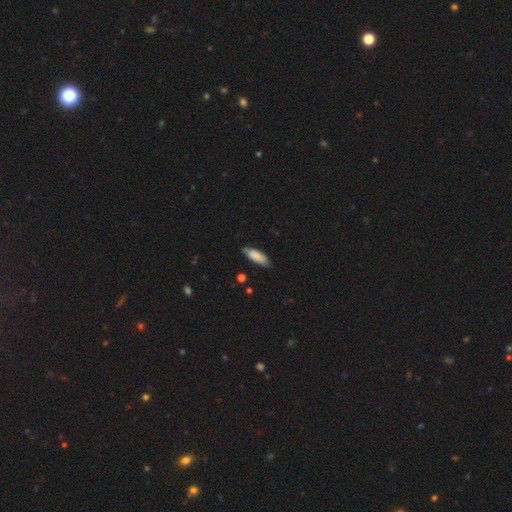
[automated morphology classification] A smooth galaxy with no disk features (85%) that is in between round and cigar-shaped (66%).

Vote fractions:
- Smooth or featured? smooth: 85% / featured or disk: 9% / star or artifact: 6%
- How rounded? in between: 66% / cigar-shaped: 32% / round: 2%
- Merging? none: 69% / minor disturbance: 25% / major disturbance: 4% / merger: 2%